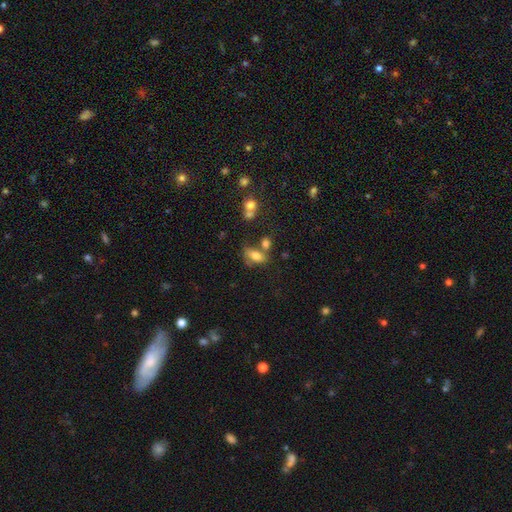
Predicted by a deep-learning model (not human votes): smooth-or-featured: smooth: 71% | featured or disk: 19% | star or artifact: 10%
  how-rounded: in between: 81% | cigar-shaped: 11% | round: 8%
  merging: none: 47% | merger: 25% | minor disturbance: 19% | major disturbance: 9%